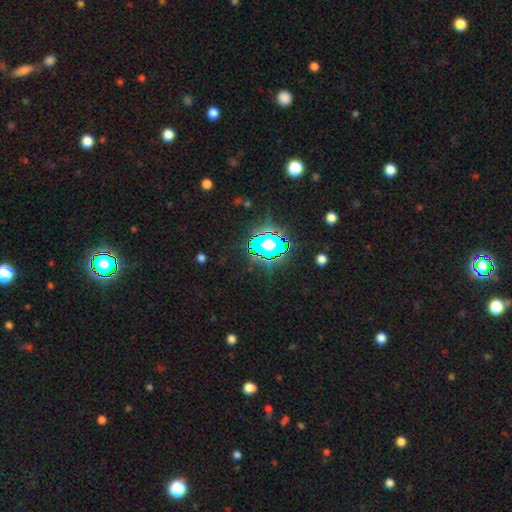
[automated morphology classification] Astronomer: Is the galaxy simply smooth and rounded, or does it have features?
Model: star or artifact — 80%.